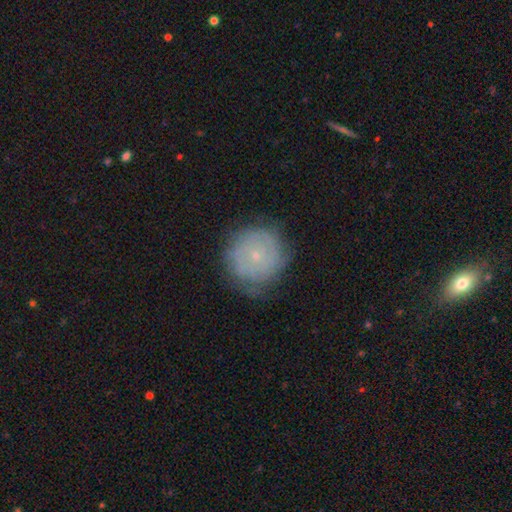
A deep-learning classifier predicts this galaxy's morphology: This appears to be a featured or disk galaxy (46%). Merging: none (73%).